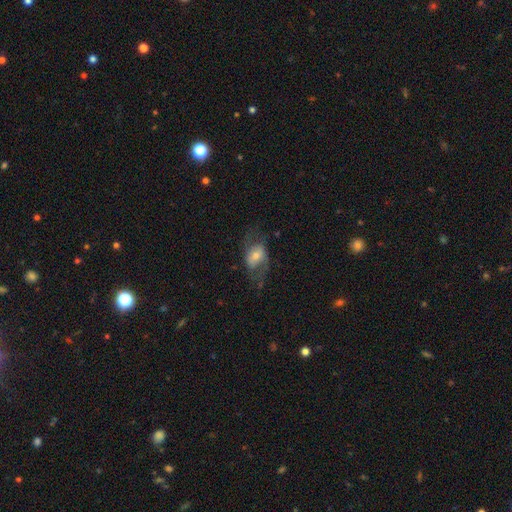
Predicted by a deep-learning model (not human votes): Smooth or featured?
  - featured or disk: 53% *
  - smooth: 40%
  - star or artifact: 8%
Edge-on disk?
  - no: 93% *
  - yes: 7%
Merging?
  - none: 54% *
  - major disturbance: 23%
  - minor disturbance: 21%
  - merger: 2%